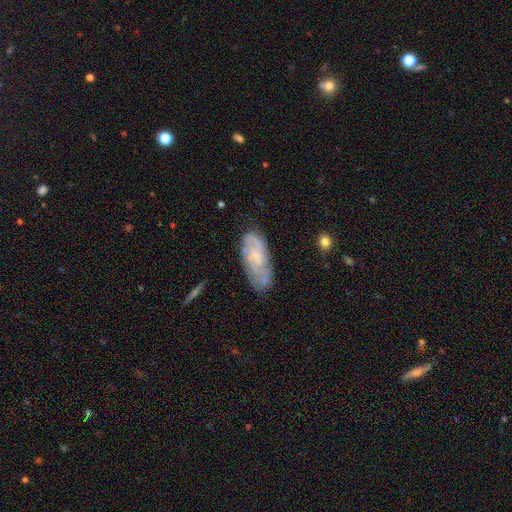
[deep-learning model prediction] A featured or disk galaxy (69%) with no bar (64%), can't tell (36%, tied with 2) tight (48%) spiral arms (88%) and a small central bulge (57%). Merging: none (70%).